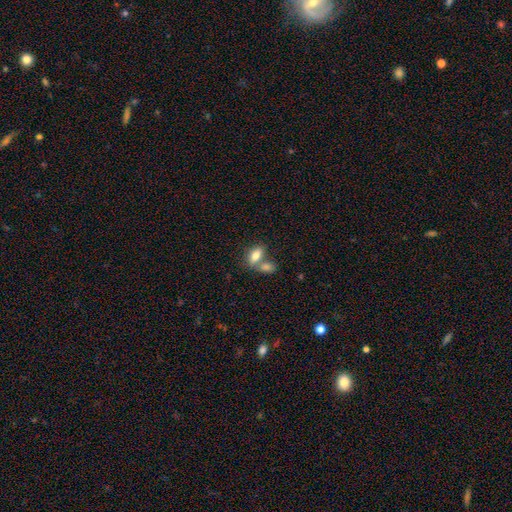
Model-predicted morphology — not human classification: smooth-or-featured: smooth: 78% | featured or disk: 14% | star or artifact: 8%
  how-rounded: in between: 87% | cigar-shaped: 6% | round: 6%
  merging: merger: 45% | none: 41% | minor disturbance: 10% | major disturbance: 4%